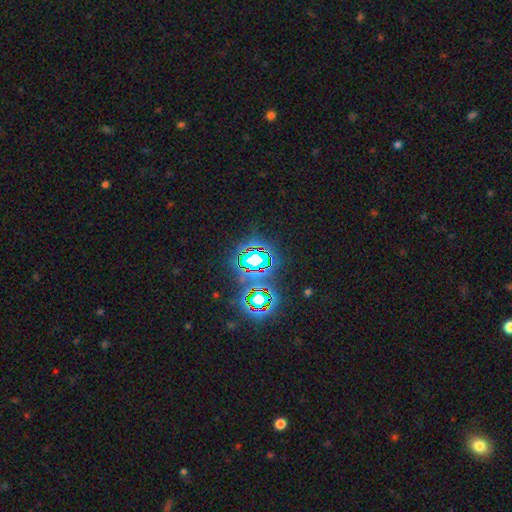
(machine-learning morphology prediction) smooth_or_featured: star or artifact (p=0.80) [alt: smooth p=0.12]